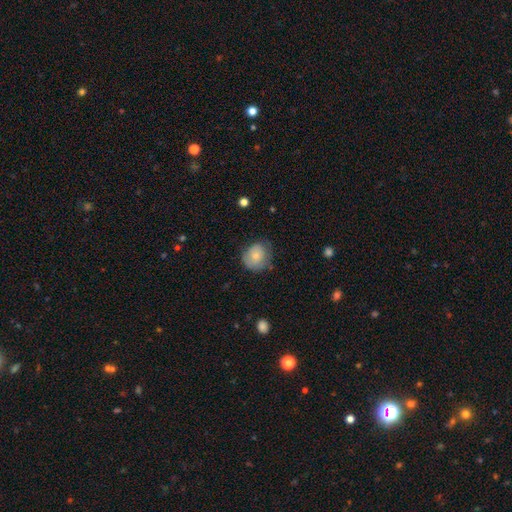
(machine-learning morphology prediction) type=smooth (68%); roundness=round (75%); merging=none (59%).